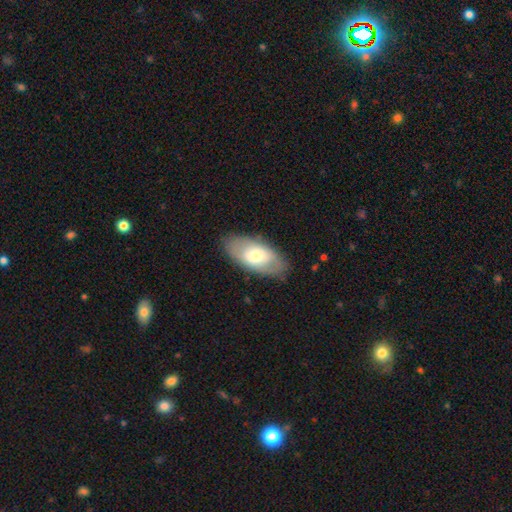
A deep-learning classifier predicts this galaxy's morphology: A smooth galaxy with no disk features (57%) that is in between round and cigar-shaped (91%). Merging: none (82%).